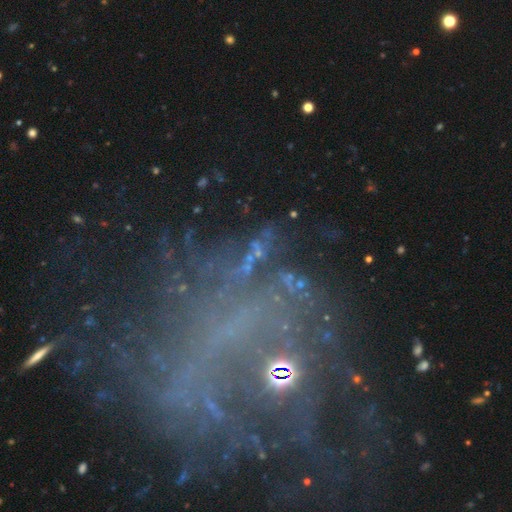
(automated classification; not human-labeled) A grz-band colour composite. It shows a featured or disk galaxy (50%). Merging: none (50%).